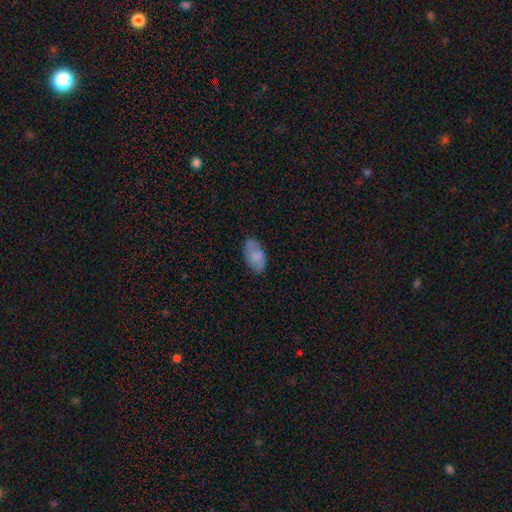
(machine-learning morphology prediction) A smooth galaxy with no disk features (73%) that is in between round and cigar-shaped (94%).

Vote fractions:
- Smooth or featured? smooth: 73% / featured or disk: 20% / star or artifact: 7%
- How rounded? in between: 94% / round: 4% / cigar-shaped: 2%
- Merging? none: 74% / minor disturbance: 20% / major disturbance: 4% / merger: 2%